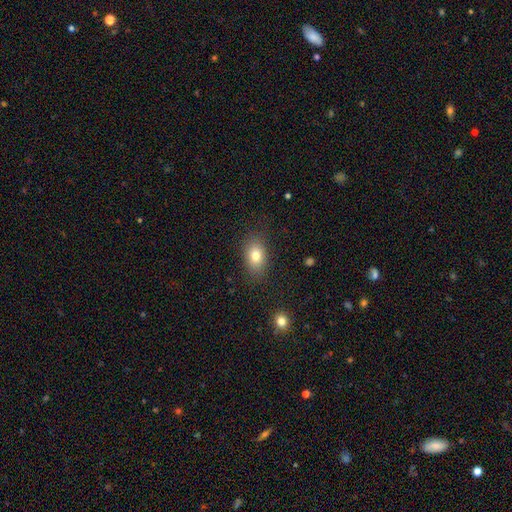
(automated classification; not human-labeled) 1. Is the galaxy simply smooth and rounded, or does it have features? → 77% smooth, 12% featured or disk, 10% star or artifact.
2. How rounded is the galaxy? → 80% in between, 18% round, 2% cigar-shaped.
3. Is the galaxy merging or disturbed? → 84% none, 11% minor disturbance, 4% major disturbance, 1% merger.